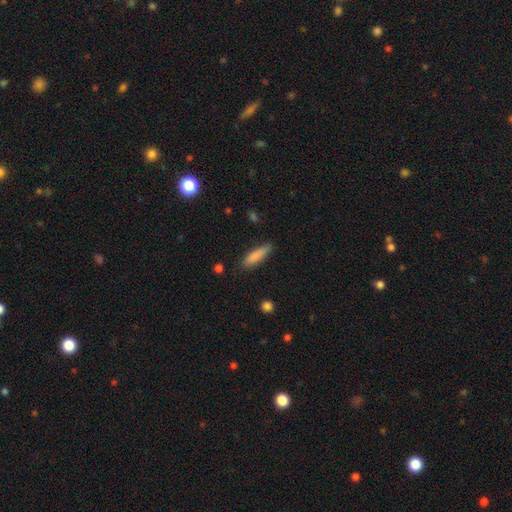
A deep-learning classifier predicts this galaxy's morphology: Smooth or featured? smooth (84%)
How rounded? cigar-shaped (70%)
Merging? none (82%)